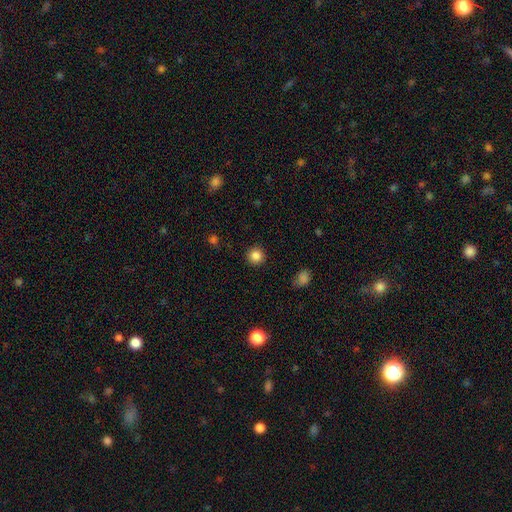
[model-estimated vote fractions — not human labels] smooth_or_featured: smooth (p=0.85) [alt: star or artifact p=0.11]
how_rounded: round (p=0.94) [alt: in between p=0.05]
merging: none (p=0.92) [alt: minor disturbance p=0.05]